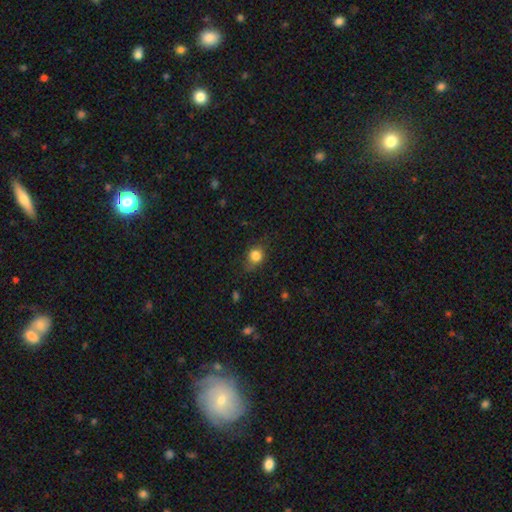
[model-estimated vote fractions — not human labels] Smooth or featured? Predicted: smooth (p=0.82). How rounded? Predicted: round (p=0.66). Merging? Predicted: none (p=0.66).